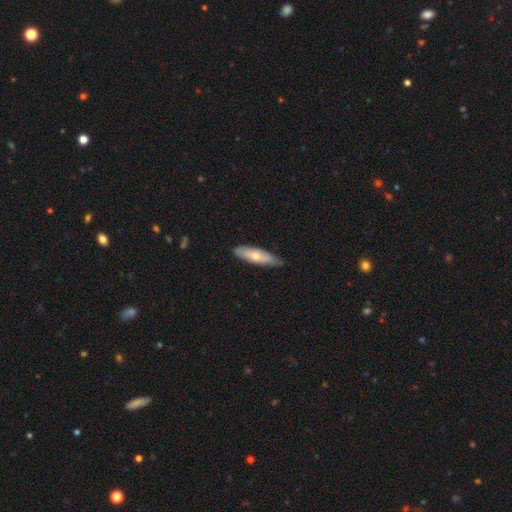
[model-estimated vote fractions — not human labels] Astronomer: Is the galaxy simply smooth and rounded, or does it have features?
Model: smooth — 64%.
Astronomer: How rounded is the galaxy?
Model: cigar-shaped — 59% (runner-up: in between, 39%).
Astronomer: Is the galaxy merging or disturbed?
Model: none — 76%.